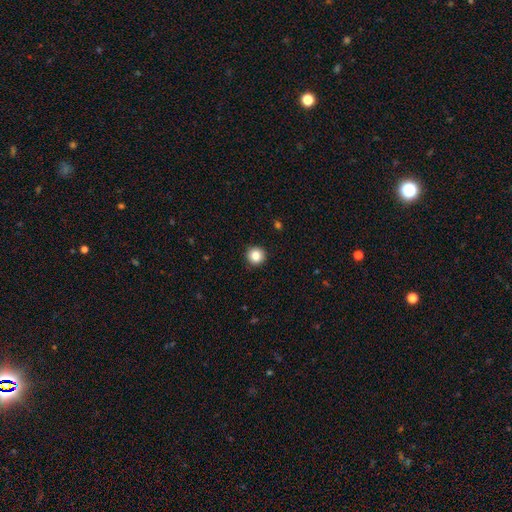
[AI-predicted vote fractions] Smooth or featured? Predicted: smooth (p=0.86). How rounded? Predicted: round (p=0.94). Merging? Predicted: none (p=0.92).